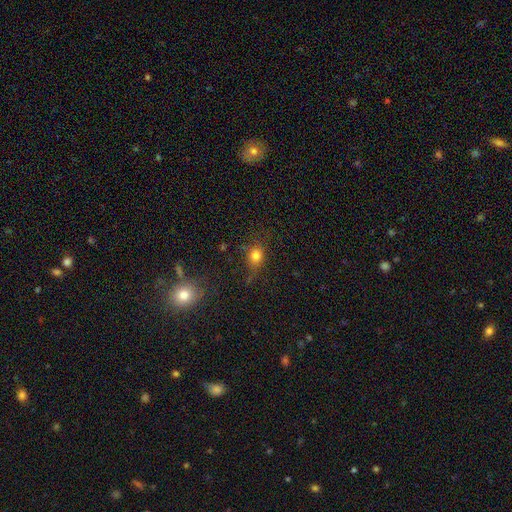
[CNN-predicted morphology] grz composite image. It shows a smooth galaxy with no disk features (78%) that is round (67%). Merging: none (71%).